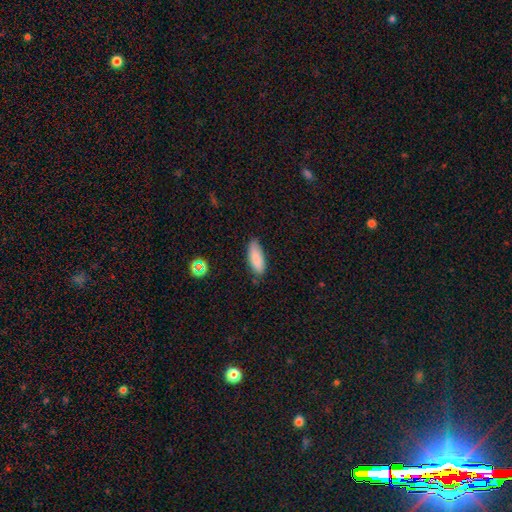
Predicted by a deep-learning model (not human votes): The model was most divided on "how rounded": in between: 70%, cigar-shaped: 29%, round: 2%. More confident: smooth or featured — smooth (86%); merging — none (76%).